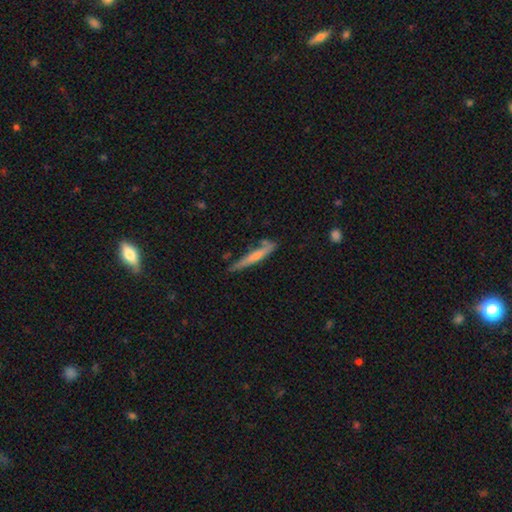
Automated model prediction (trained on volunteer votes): This appears to be a smooth galaxy with no disk features (60%) that is cigar-shaped (94%). Merging: none (66%).